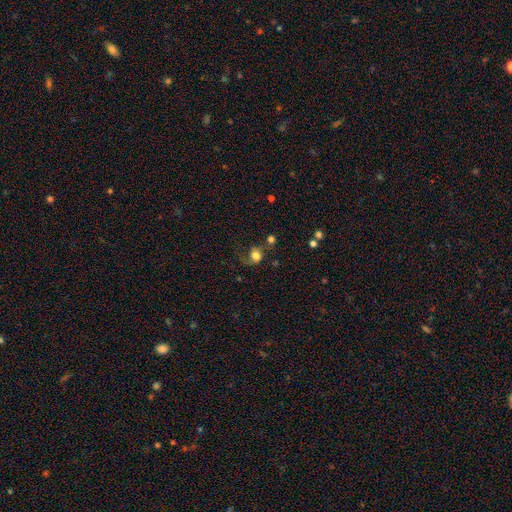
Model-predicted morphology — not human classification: The model was most divided on "merging": major disturbance: 38%, none: 33%, minor disturbance: 20%, merger: 9%. More confident: smooth or featured — smooth (64%); how rounded — round (60%).